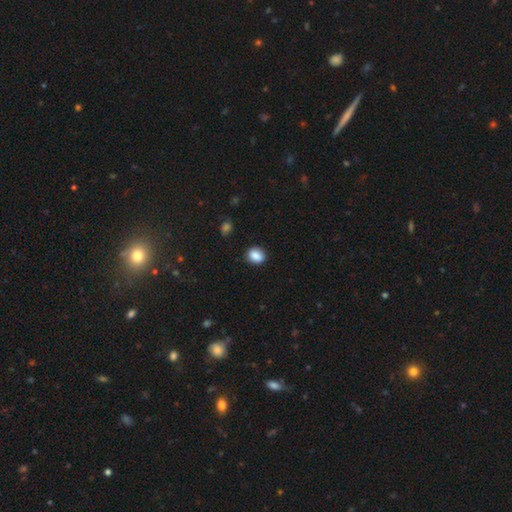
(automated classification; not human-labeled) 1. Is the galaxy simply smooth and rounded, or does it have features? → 86% smooth, 9% star or artifact, 5% featured or disk.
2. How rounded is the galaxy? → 54% round, 45% in between, 1% cigar-shaped.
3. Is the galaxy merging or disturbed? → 86% none, 10% minor disturbance, 2% major disturbance, 1% merger.